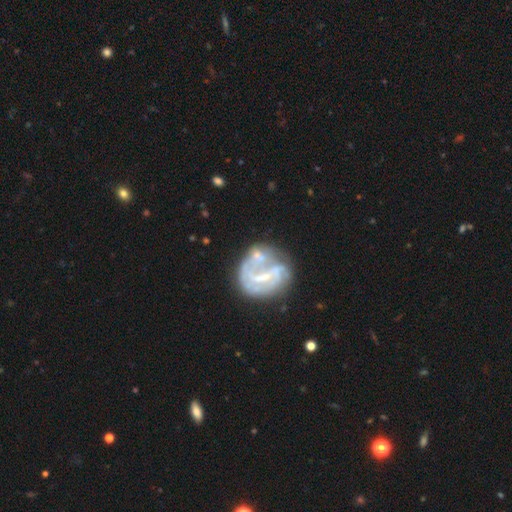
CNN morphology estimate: Smooth or featured? Predicted: featured or disk (p=0.74). Edge-on disk? Predicted: no (p=0.98). Bar? Predicted: weak (p=0.44). Spiral arms? Predicted: yes (p=0.63). Bulge size? Predicted: small (p=0.41). Merging? Predicted: none (p=0.42).